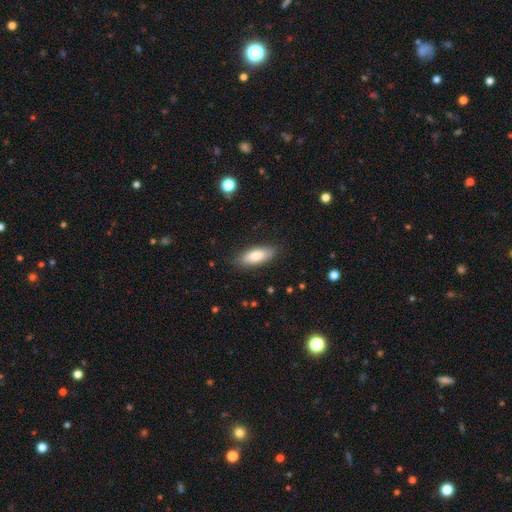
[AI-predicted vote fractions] Overall: smooth (79%). How rounded: in between (78%). Merging: none (83%).